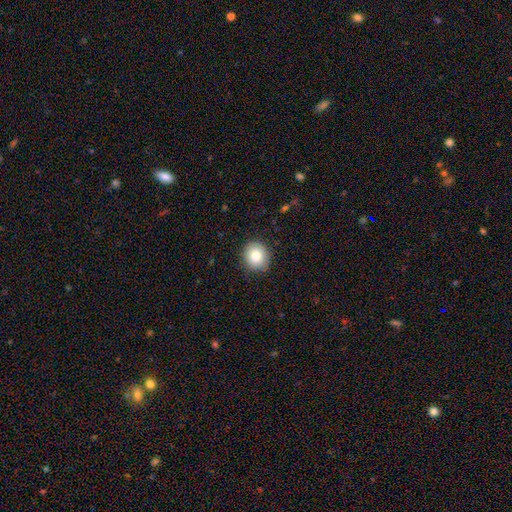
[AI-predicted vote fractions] The model was most divided on "how rounded": round: 83%, in between: 16%, cigar-shaped: 1%. More confident: merging — none (87%); smooth or featured — smooth (82%).